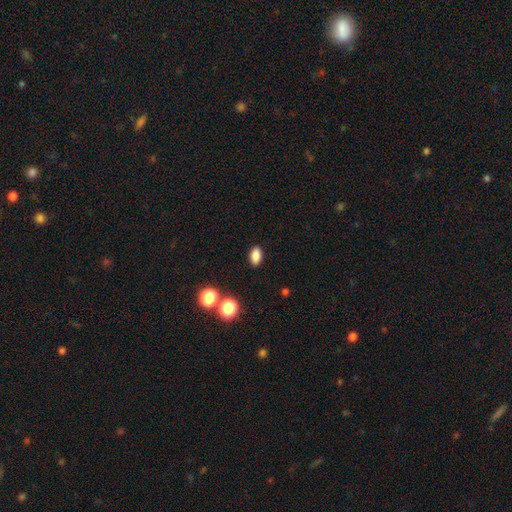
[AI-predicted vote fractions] The model was most divided on "smooth or featured": smooth: 84%, star or artifact: 11%, featured or disk: 5%. More confident: merging — none (89%); how rounded — in between (88%).